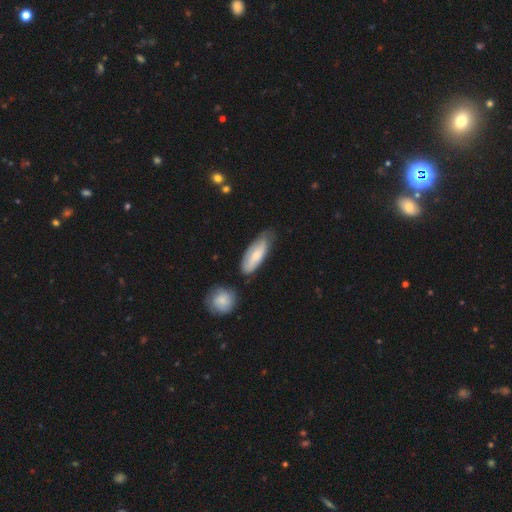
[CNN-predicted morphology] This appears to be a smooth galaxy with no disk features (66%) that is in between round and cigar-shaped (69%). Merging: none (60%).